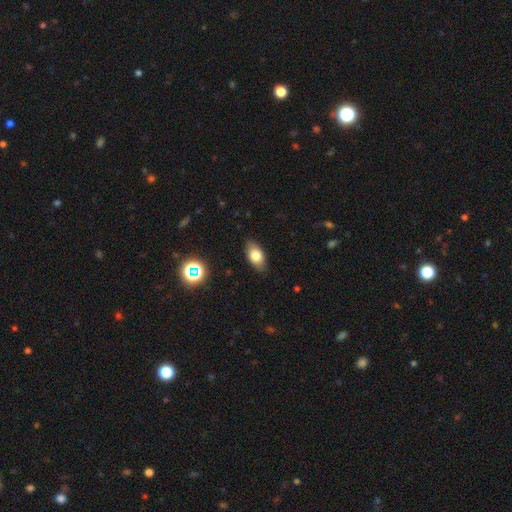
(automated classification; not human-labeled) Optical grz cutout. It shows a smooth galaxy with no disk features (77%) that is in between round and cigar-shaped (89%). Merging: none (84%).